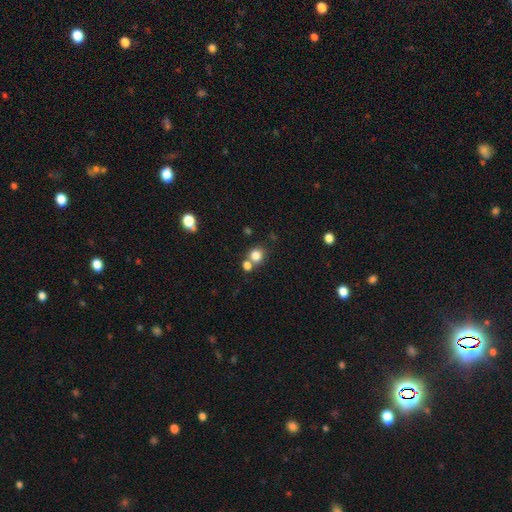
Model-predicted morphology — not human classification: A smooth galaxy with no disk features (80%) that is round (78%). Merging: none (57%).